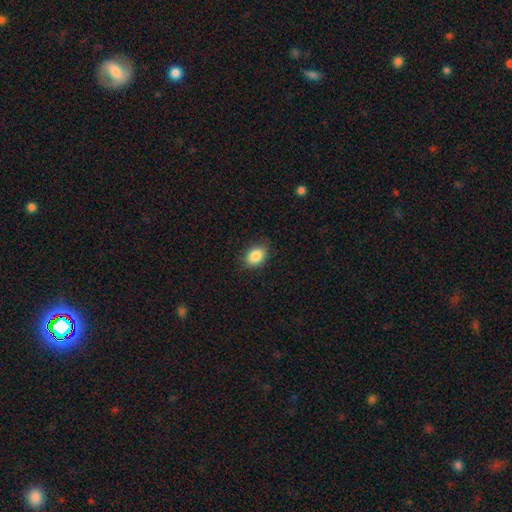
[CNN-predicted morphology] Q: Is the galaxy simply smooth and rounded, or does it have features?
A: smooth — 86%.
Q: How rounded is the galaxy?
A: in between — 71%.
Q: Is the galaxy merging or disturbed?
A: none — 83%.